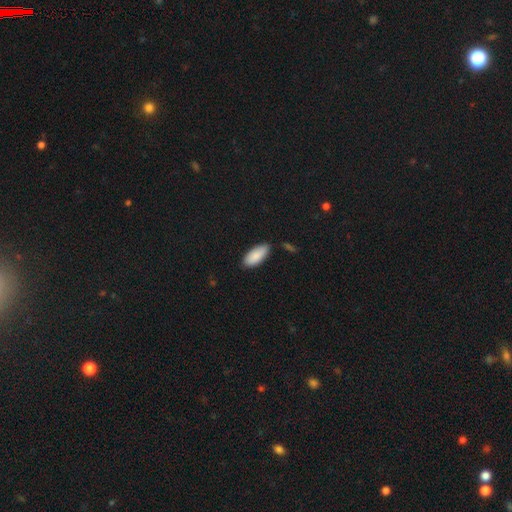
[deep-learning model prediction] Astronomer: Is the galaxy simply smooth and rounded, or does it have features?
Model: smooth — 88%.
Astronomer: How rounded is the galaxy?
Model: in between — 87%.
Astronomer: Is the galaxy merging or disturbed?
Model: none — 80%.